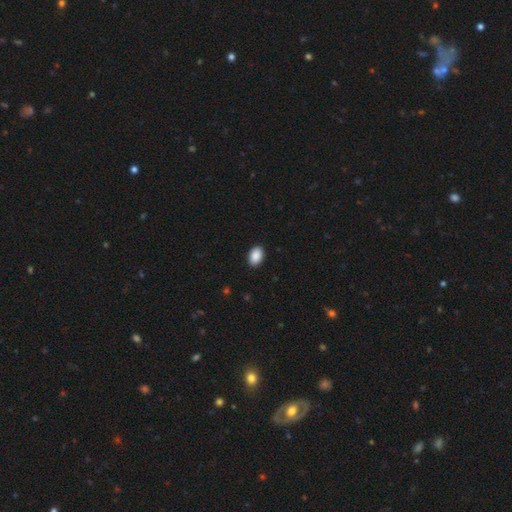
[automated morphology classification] Smooth or featured?
  - smooth: 90% *
  - star or artifact: 7%
  - featured or disk: 3%
How rounded?
  - in between: 88% *
  - round: 11%
  - cigar-shaped: 1%
Merging?
  - none: 91% *
  - minor disturbance: 7%
  - major disturbance: 2%
  - merger: 1%